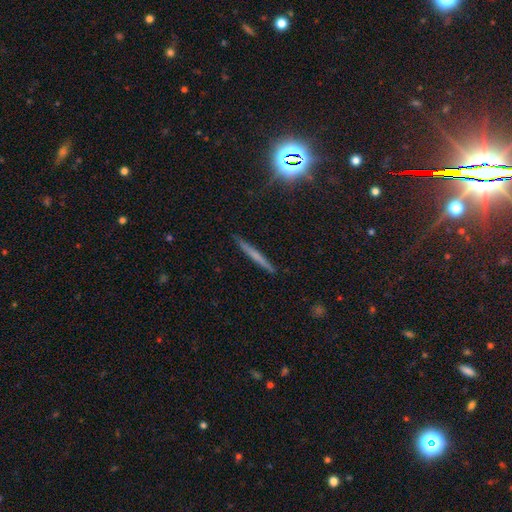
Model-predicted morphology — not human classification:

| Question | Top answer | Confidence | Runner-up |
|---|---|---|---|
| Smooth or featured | smooth | 47% | featured or disk (40%) |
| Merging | none | 89% | minor disturbance (8%) |